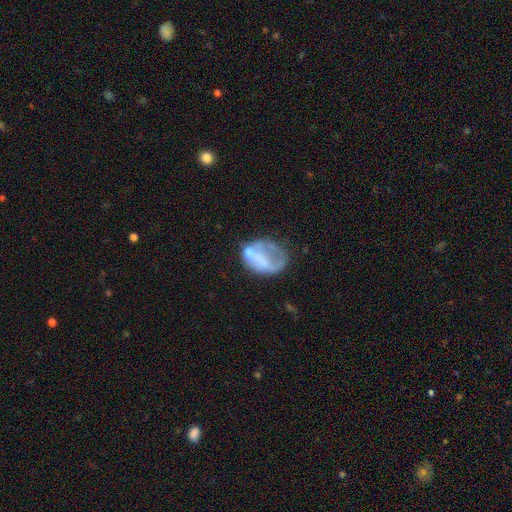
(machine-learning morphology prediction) Smooth or featured: featured or disk — 49% (smooth — 40%)
Merging: major disturbance — 32% (tied with none — 32%)